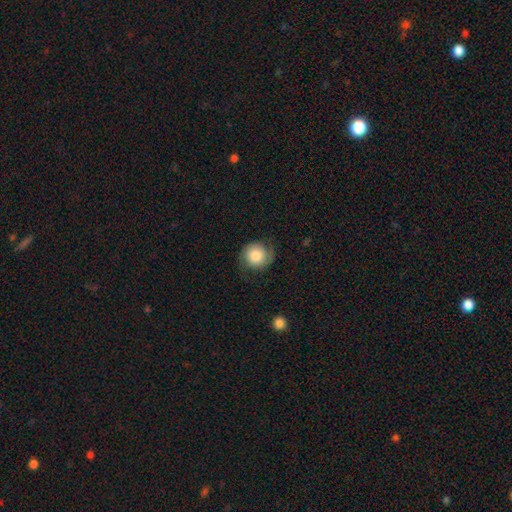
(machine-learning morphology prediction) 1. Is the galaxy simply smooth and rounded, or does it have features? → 54% smooth, 38% featured or disk, 8% star or artifact.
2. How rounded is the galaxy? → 88% round, 11% in between, 1% cigar-shaped.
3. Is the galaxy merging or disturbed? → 73% none, 18% minor disturbance, 8% major disturbance, 1% merger.